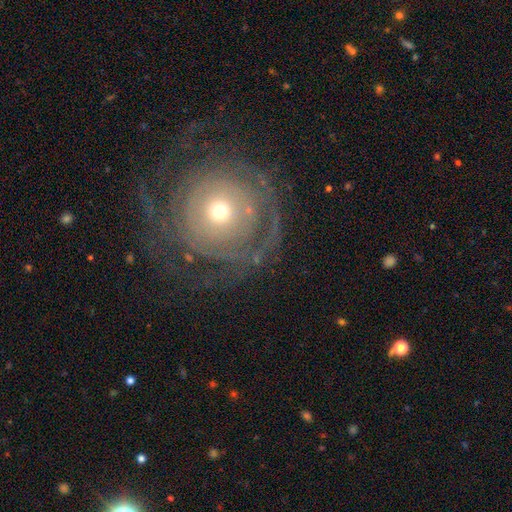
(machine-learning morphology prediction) A featured or disk galaxy (72%) with no bar (85%), tight (75%) spiral arms (75%) and a small central bulge (49%).

Vote fractions:
- Smooth or featured? featured or disk: 72% / smooth: 18% / star or artifact: 10%
- Edge-on disk? no: 96% / yes: 4%
- Bar? no: 85% / weak: 11% / strong: 4%
- Spiral arms? yes: 75% / no: 25%
- Spiral winding? tight: 75% / medium: 17% / loose: 9%
- Spiral arm count? can't tell: 49% / 2: 17% / 3: 11% / 4: 8% / more than 4: 8% / 1: 8%
- Bulge size? small: 49% / moderate: 45% / large: 4% / dominant: 1% / none: 1%
- Merging? none: 69% / major disturbance: 16% / minor disturbance: 14% / merger: 2%